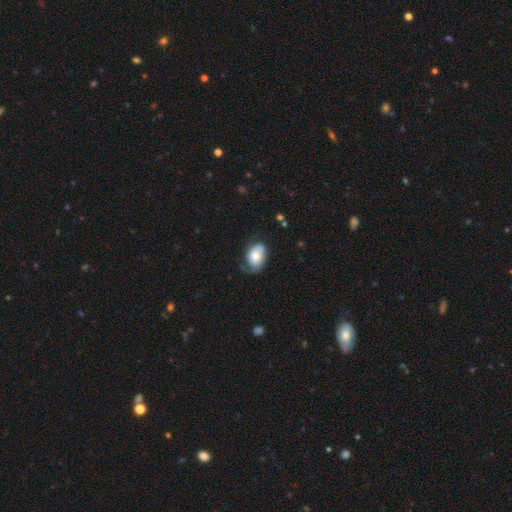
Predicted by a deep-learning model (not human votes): Smooth or featured?
  - smooth: 61% *
  - featured or disk: 32%
  - star or artifact: 7%
How rounded?
  - in between: 82% *
  - round: 17%
  - cigar-shaped: 1%
Merging?
  - none: 42% *
  - minor disturbance: 33%
  - major disturbance: 22%
  - merger: 2%